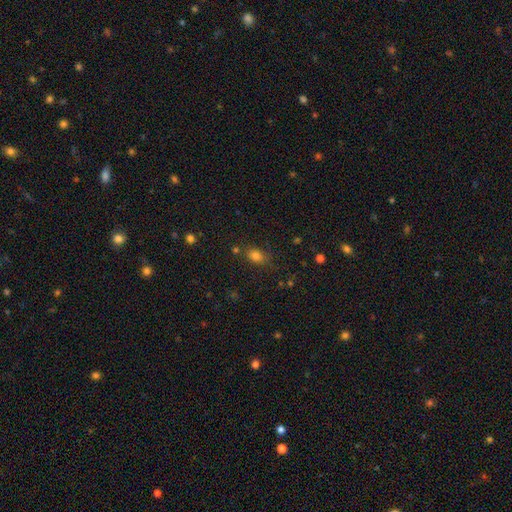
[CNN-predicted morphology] This is likely a smooth galaxy (79%). How rounded: likely in between (71%). Merging: likely none (72%).